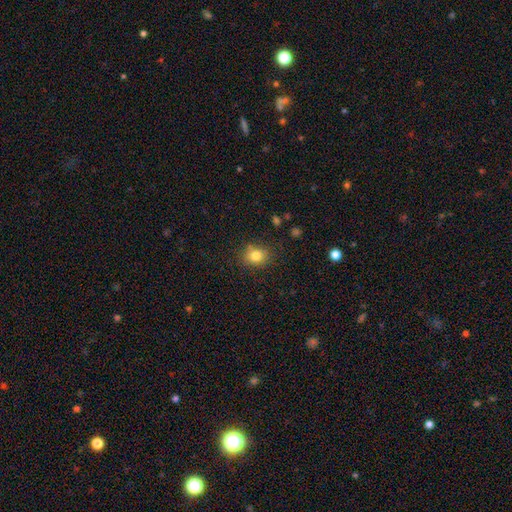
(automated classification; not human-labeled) Smooth or featured? smooth (80%)
How rounded? round (58%)
Merging? none (82%)